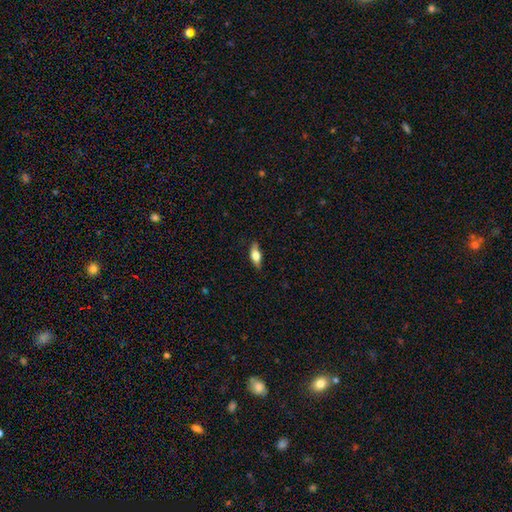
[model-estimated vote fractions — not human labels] This is possibly a smooth galaxy (56%). How rounded: likely in between (70%). Merging: clearly none (80%).